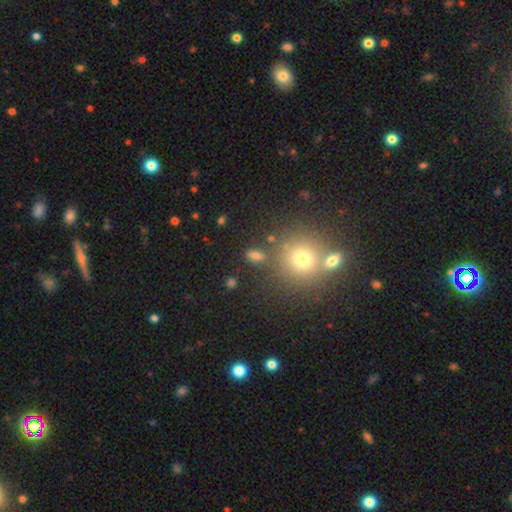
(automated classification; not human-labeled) smooth-or-featured: smooth: 70% | star or artifact: 21% | featured or disk: 9%
  how-rounded: in between: 71% | round: 23% | cigar-shaped: 7%
  merging: none: 79% | minor disturbance: 10% | merger: 6% | major disturbance: 4%